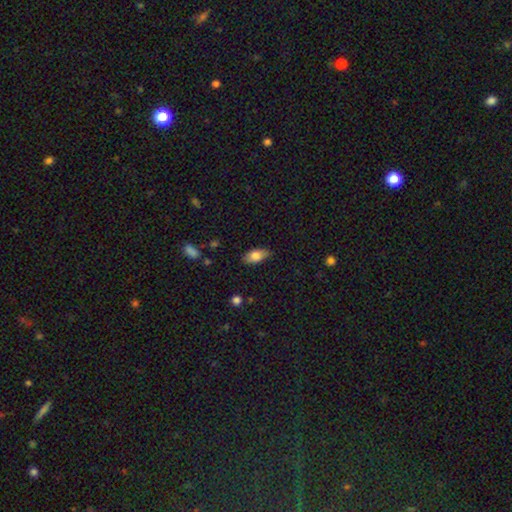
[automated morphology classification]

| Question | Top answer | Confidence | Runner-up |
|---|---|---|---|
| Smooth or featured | smooth | 76% | featured or disk (16%) |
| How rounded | in between | 89% | cigar-shaped (7%) |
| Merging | none | 78% | minor disturbance (17%) |